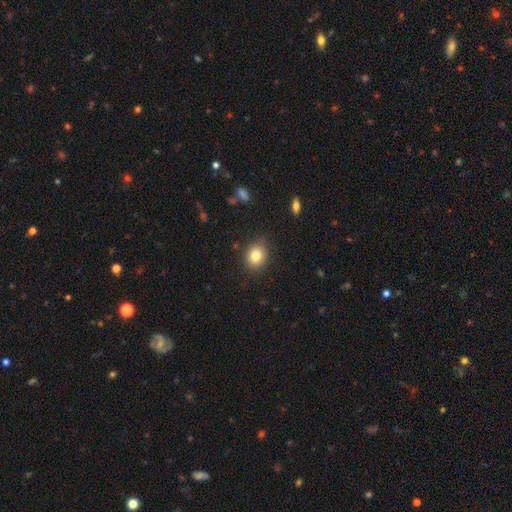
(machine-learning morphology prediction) smooth-or-featured: smooth: 82% | star or artifact: 10% | featured or disk: 8%
  how-rounded: round: 54% | in between: 45% | cigar-shaped: 1%
  merging: none: 85% | minor disturbance: 12% | major disturbance: 3% | merger: 1%